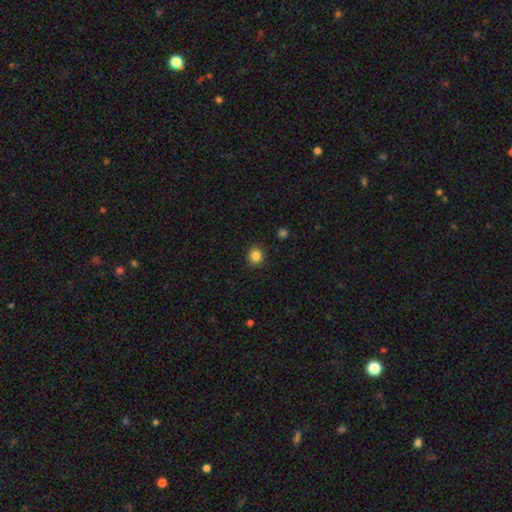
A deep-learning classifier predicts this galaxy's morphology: This is clearly a smooth galaxy (84%). How rounded: clearly round (87%). Merging: clearly none (91%).